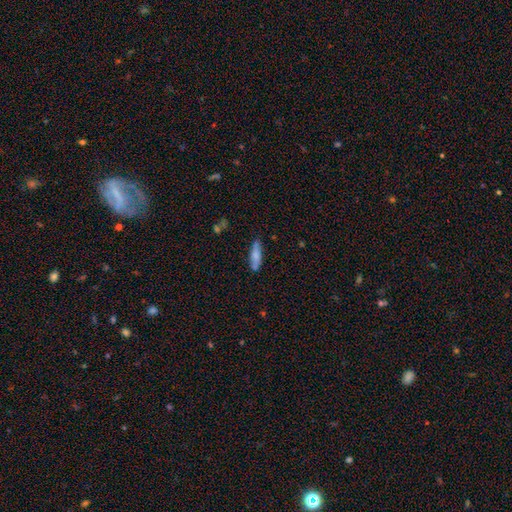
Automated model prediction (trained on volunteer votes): Smooth or featured? smooth (74%)
How rounded? cigar-shaped (61%)
Merging? none (75%)